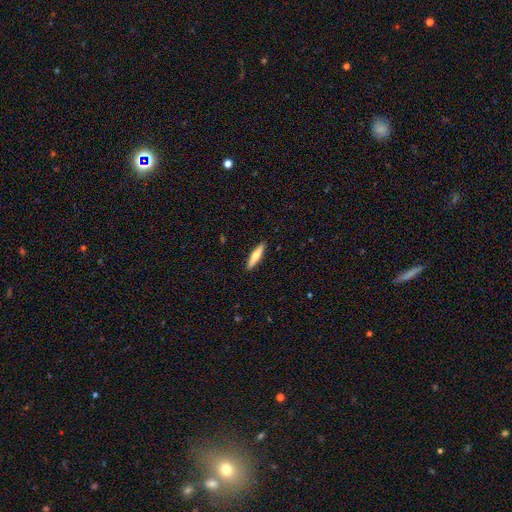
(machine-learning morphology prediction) Smooth or featured: smooth — 57% (featured or disk — 37%)
How rounded: cigar-shaped — 81% (in between — 17%)
Merging: none — 91% (minor disturbance — 6%)